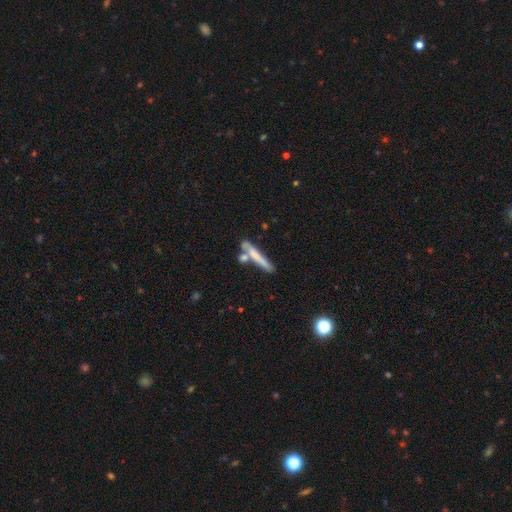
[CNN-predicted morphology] Smooth or featured? Predicted: smooth (p=0.63). How rounded? Predicted: cigar-shaped (p=0.92). Merging? Predicted: none (p=0.58).